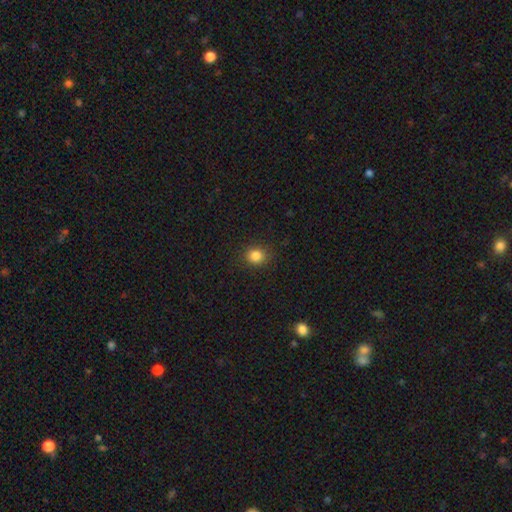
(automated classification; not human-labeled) The model was most divided on "how rounded": round: 75%, in between: 24%, cigar-shaped: 1%. More confident: merging — none (87%); smooth or featured — smooth (84%).